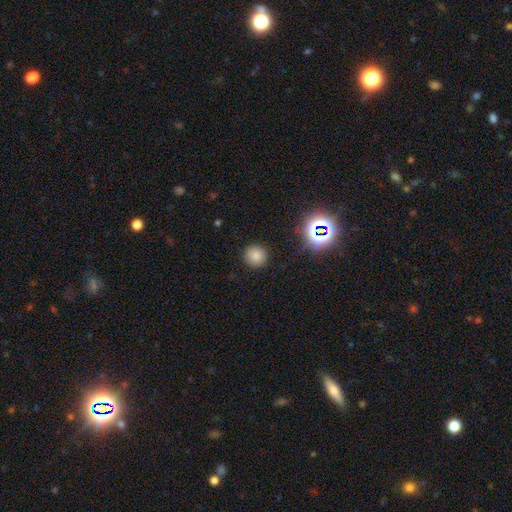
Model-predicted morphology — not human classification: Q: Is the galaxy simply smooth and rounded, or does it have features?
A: smooth — 78%.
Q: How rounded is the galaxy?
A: round — 93%.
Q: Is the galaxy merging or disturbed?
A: none — 90%.